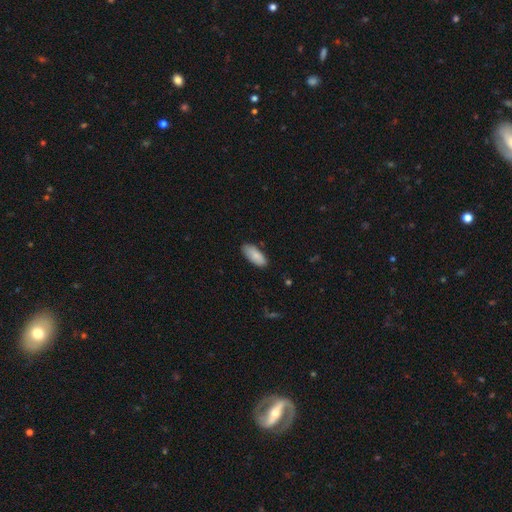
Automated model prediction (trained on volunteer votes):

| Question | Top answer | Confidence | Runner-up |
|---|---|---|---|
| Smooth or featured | smooth | 85% | featured or disk (9%) |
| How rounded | in between | 84% | cigar-shaped (14%) |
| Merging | none | 83% | minor disturbance (14%) |